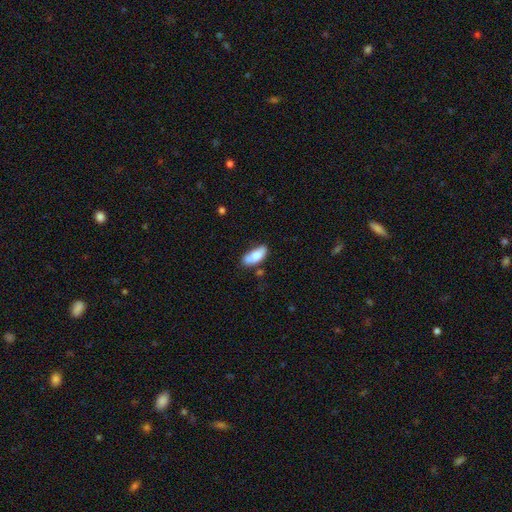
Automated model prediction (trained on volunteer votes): Smooth or featured? smooth (75%)
How rounded? in between (85%)
Merging? none (54%)